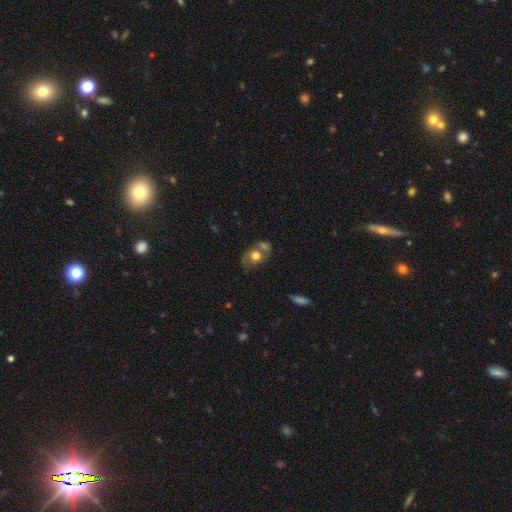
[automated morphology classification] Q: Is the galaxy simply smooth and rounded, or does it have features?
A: smooth — 62%.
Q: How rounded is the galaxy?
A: in between — 54%.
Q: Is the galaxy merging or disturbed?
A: merger — 39%, tied with none.